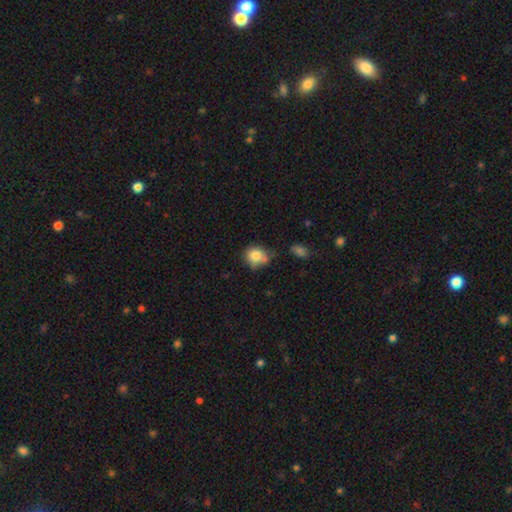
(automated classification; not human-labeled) Overall: smooth (81%). How rounded: round (79%). Merging: none (58%; minor disturbance 24%).